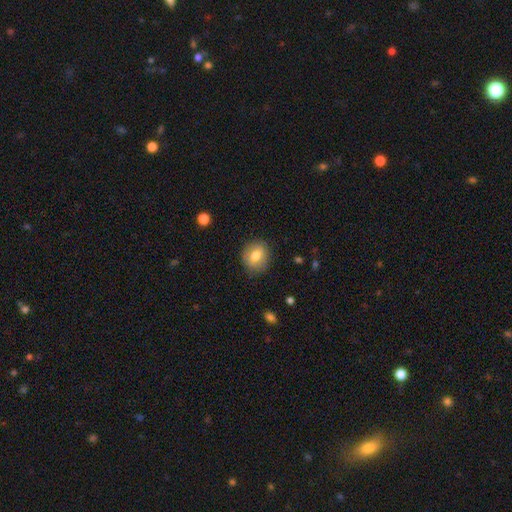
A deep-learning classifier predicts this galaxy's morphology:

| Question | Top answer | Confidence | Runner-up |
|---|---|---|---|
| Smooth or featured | smooth | 77% | featured or disk (15%) |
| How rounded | round | 69% | in between (30%) |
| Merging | none | 84% | minor disturbance (12%) |